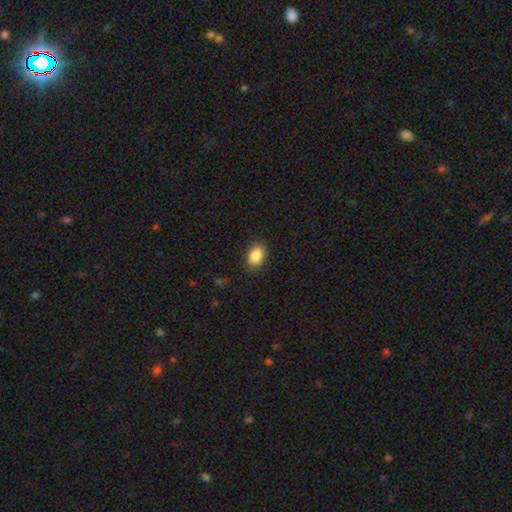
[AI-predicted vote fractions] smooth-or-featured: smooth: 87% | star or artifact: 8% | featured or disk: 5%
  how-rounded: in between: 83% | round: 15% | cigar-shaped: 1%
  merging: none: 86% | minor disturbance: 10% | major disturbance: 3% | merger: 1%